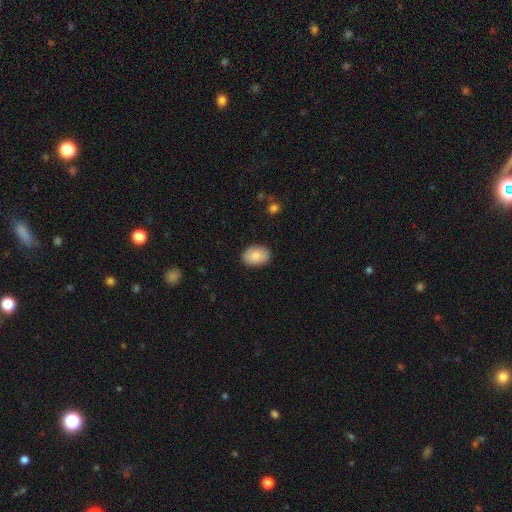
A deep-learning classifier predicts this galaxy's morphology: Overall: smooth (87%). How rounded: in between (82%). Merging: none (88%).